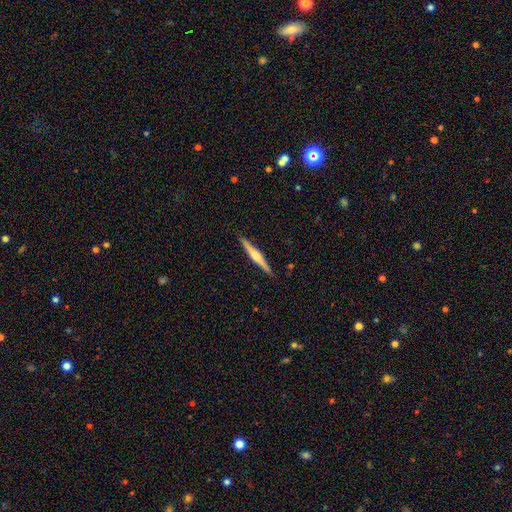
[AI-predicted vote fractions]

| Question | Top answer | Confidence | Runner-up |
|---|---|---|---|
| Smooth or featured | featured or disk | 70% | smooth (25%) |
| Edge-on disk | yes | 98% | no (2%) |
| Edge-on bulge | rounded | 87% | boxy (7%) |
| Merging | none | 91% | minor disturbance (7%) |